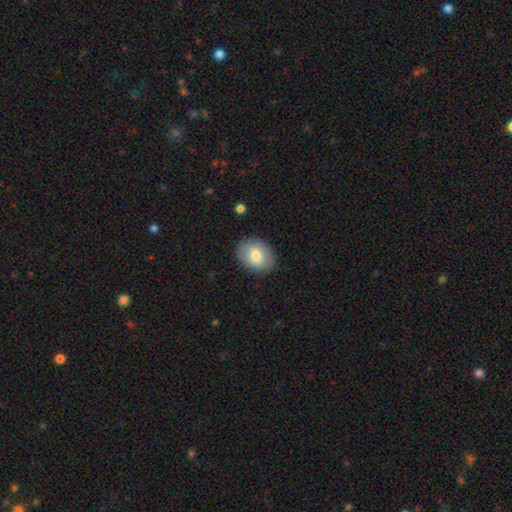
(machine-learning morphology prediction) Smooth or featured? Predicted: smooth (p=0.72). How rounded? Predicted: in between (p=0.63). Merging? Predicted: none (p=0.86).